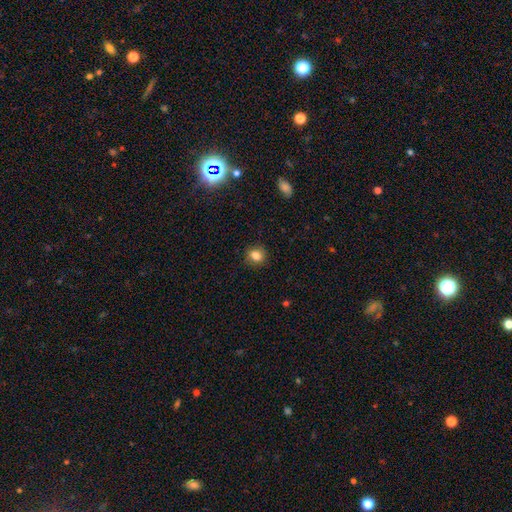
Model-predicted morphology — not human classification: Smooth or featured?
  - smooth: 82% *
  - star or artifact: 11%
  - featured or disk: 7%
How rounded?
  - round: 70% *
  - in between: 29%
  - cigar-shaped: 1%
Merging?
  - none: 86% *
  - minor disturbance: 11%
  - major disturbance: 3%
  - merger: 1%